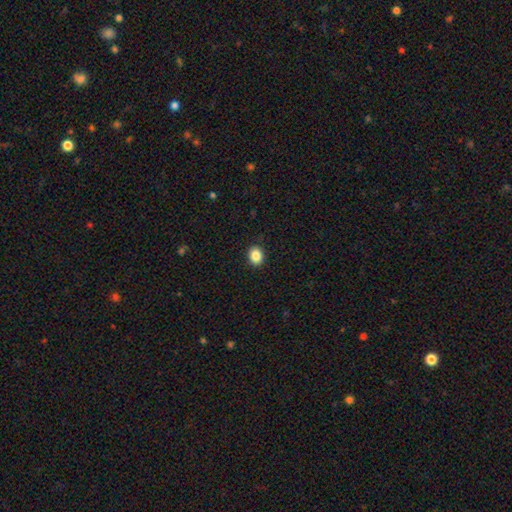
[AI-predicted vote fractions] Smooth or featured?
  - smooth: 86% *
  - star or artifact: 10%
  - featured or disk: 4%
How rounded?
  - round: 51% *
  - in between: 48%
  - cigar-shaped: 1%
Merging?
  - none: 91% *
  - minor disturbance: 7%
  - major disturbance: 2%
  - merger: 1%